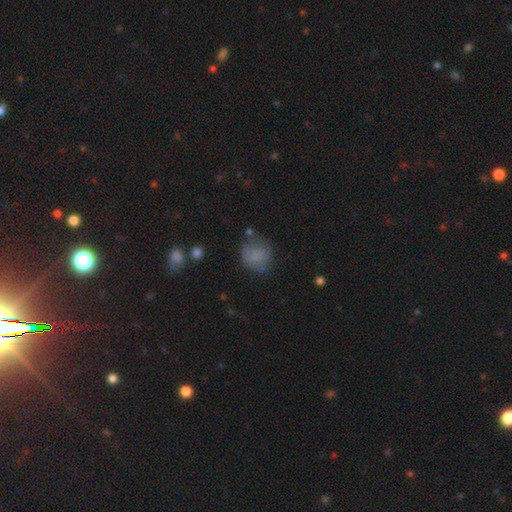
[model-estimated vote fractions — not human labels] Smooth or featured: smooth — 77% (star or artifact — 12%)
How rounded: round — 79% (in between — 20%)
Merging: none — 66% (minor disturbance — 21%)